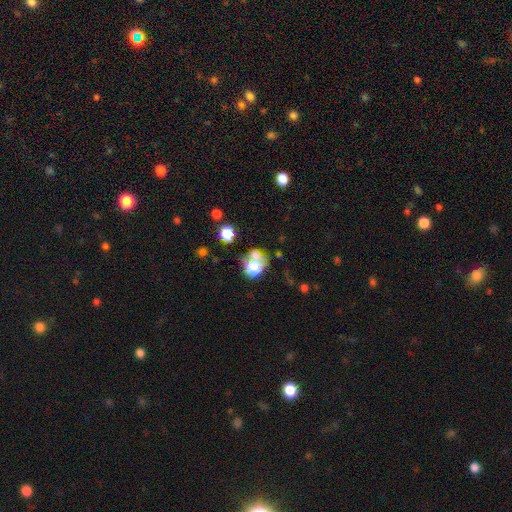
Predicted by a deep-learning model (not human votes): A smooth galaxy with no disk features (66%) that is round (61%). Merging: merger (46%).